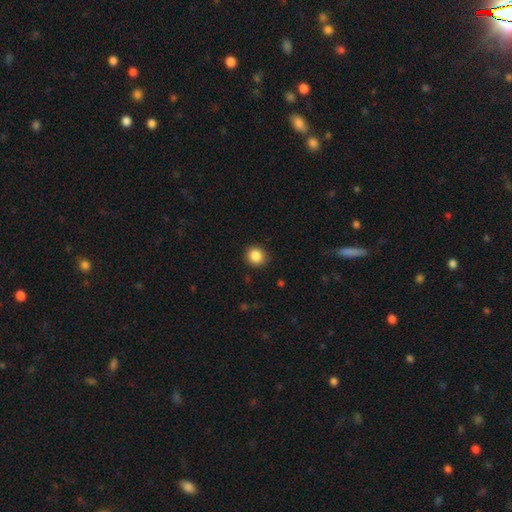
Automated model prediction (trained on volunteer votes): Smooth or featured? smooth (87%)
How rounded? round (84%)
Merging? none (87%)